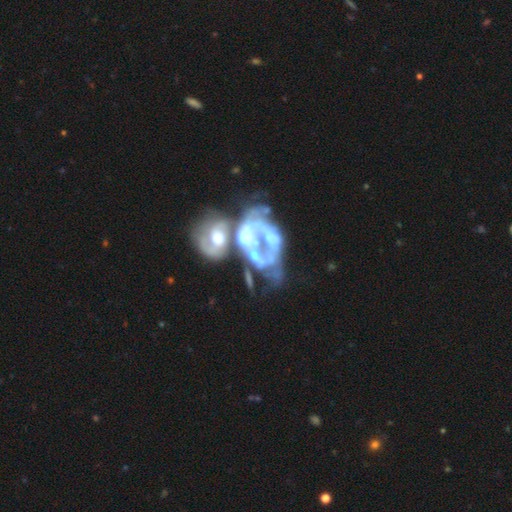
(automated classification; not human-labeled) A featured or disk galaxy (68%) with no bar (87%), no spiral arms (81%) and no central bulge (45%). Merging: merger (61%).